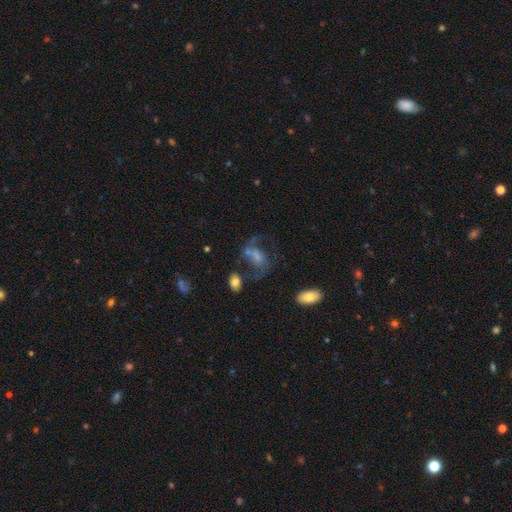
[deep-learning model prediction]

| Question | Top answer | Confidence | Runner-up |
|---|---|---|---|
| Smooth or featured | featured or disk | 51% | smooth (35%) |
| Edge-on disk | no | 97% | yes (3%) |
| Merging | none | 38% | major disturbance (30%) |